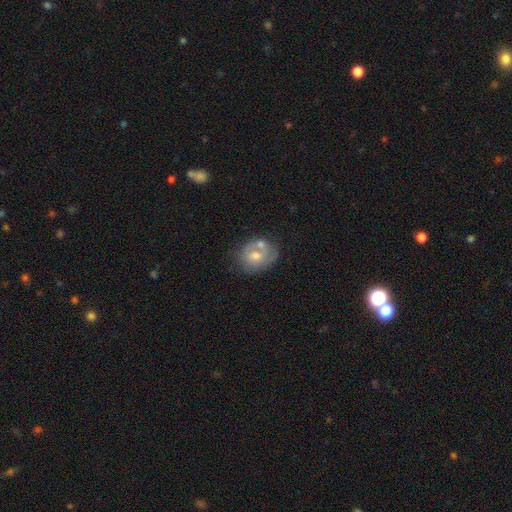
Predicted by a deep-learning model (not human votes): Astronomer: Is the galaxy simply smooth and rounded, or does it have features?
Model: smooth — 48% (runner-up: featured or disk, 44%).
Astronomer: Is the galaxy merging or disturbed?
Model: none — 40% (runner-up: merger, 31%).